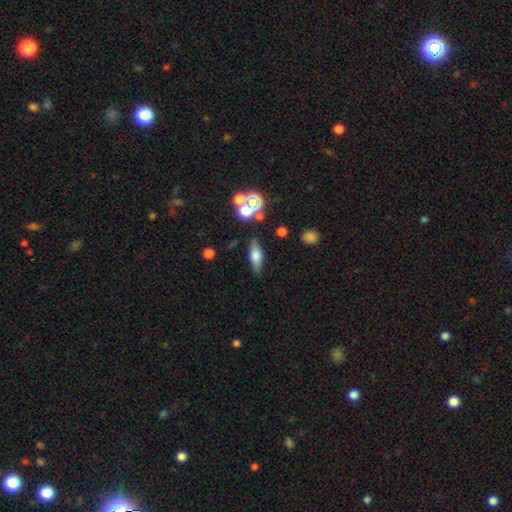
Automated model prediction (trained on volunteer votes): Morphology: type=smooth (61%); roundness=in between (65%); merging=none (81%).